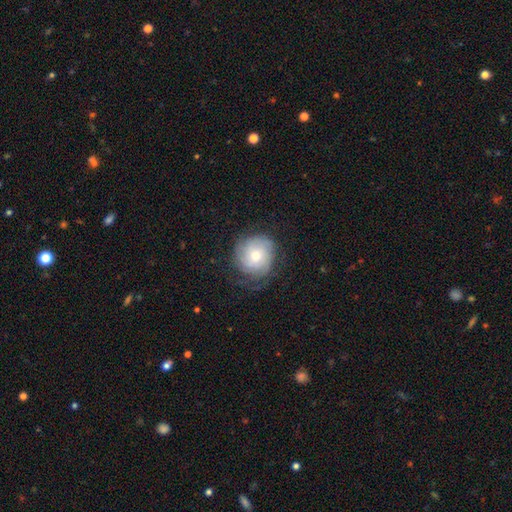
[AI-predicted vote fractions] Smooth or featured? Predicted: featured or disk (p=0.54). Edge-on disk? Predicted: no (p=0.97). Bar? Predicted: no (p=0.76). Spiral arms? Predicted: yes (p=0.85). Bulge size? Predicted: moderate (p=0.64). Merging? Predicted: none (p=0.64).